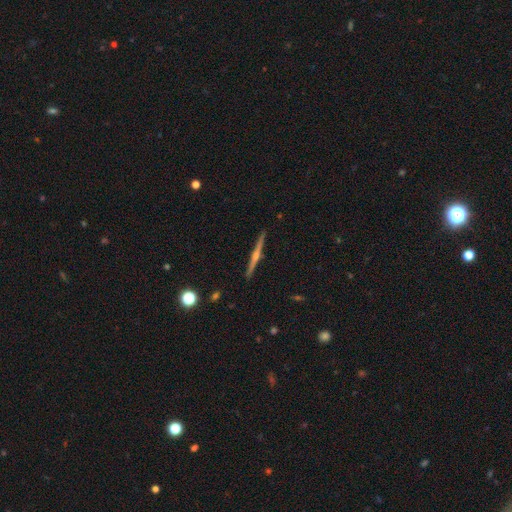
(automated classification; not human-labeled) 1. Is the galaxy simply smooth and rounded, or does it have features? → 81% featured or disk, 13% smooth, 6% star or artifact.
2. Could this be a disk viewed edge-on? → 99% yes, 1% no.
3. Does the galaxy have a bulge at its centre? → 86% rounded, 9% none, 5% boxy.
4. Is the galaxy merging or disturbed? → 93% none, 5% minor disturbance, 1% major disturbance, 1% merger.